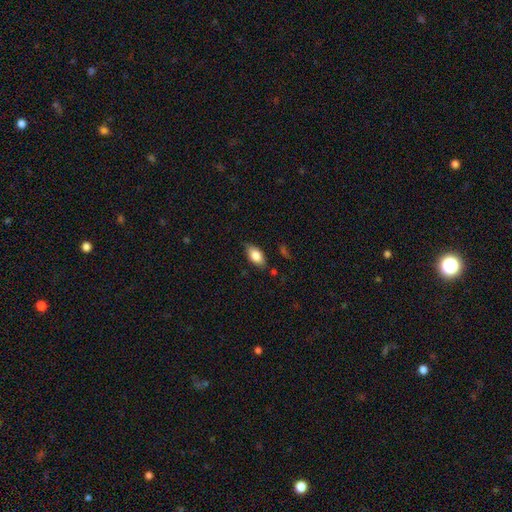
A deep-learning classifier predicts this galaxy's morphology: The model was most divided on "merging": none: 76%, minor disturbance: 18%, major disturbance: 4%, merger: 2%. More confident: how rounded — in between (90%); smooth or featured — smooth (80%).